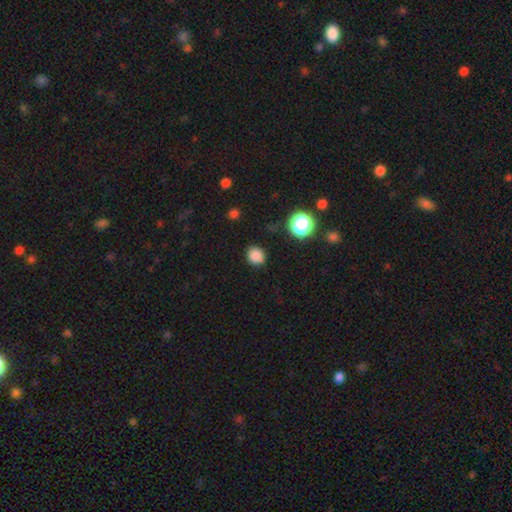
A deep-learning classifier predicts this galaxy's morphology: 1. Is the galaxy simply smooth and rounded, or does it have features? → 83% smooth, 13% star or artifact, 3% featured or disk.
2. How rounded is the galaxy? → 84% round, 15% in between, 1% cigar-shaped.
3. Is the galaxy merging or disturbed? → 87% none, 9% minor disturbance, 3% major disturbance, 2% merger.